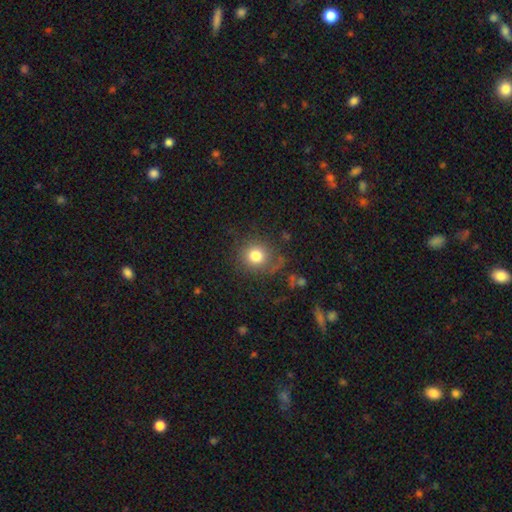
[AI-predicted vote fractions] smooth 79%, star or artifact 12%, featured or disk 9%. Down the decision tree: how rounded — round (87%); merging — none (73%).